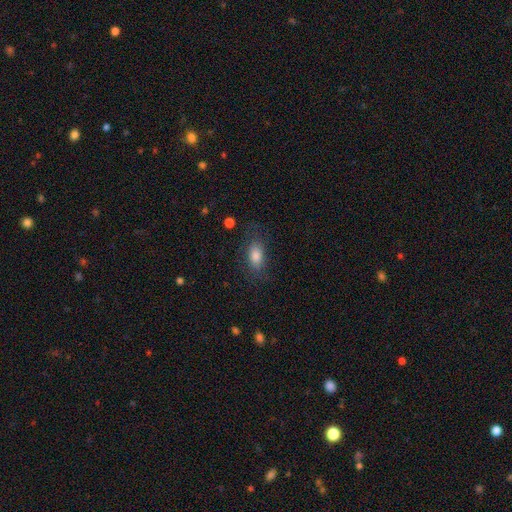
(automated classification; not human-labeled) Smooth or featured?
  - smooth: 78% *
  - featured or disk: 12%
  - star or artifact: 9%
How rounded?
  - in between: 86% *
  - round: 8%
  - cigar-shaped: 7%
Merging?
  - none: 74% *
  - minor disturbance: 17%
  - major disturbance: 8%
  - merger: 1%